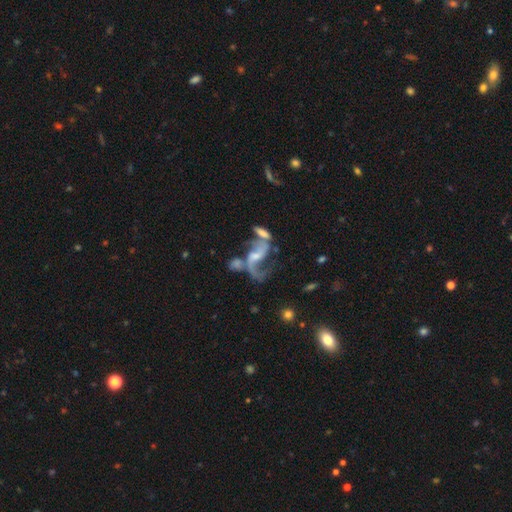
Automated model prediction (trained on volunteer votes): A featured or disk galaxy (81%) with no bar (42%), 2 (81%) loose (80%) spiral arms (87%) and a small central bulge (47%).

Vote fractions:
- Smooth or featured? featured or disk: 81% / star or artifact: 10% / smooth: 9%
- Edge-on disk? no: 94% / yes: 6%
- Bar? no: 42% / weak: 39% / strong: 19%
- Spiral arms? yes: 87% / no: 13%
- Spiral winding? loose: 80% / medium: 16% / tight: 4%
- Spiral arm count? 2: 81% / 1: 10% / can't tell: 5% / 3: 2% / 4: 1% / more than 4: 1%
- Bulge size? small: 47% / moderate: 32% / none: 16% / large: 4% / dominant: 2%
- Merging? merger: 37% / none: 29% / major disturbance: 21% / minor disturbance: 13%